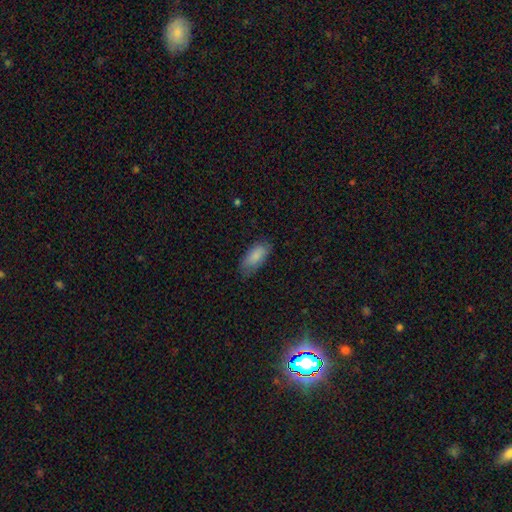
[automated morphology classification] Overall: smooth (84%). How rounded: in between (86%). Merging: none (67%).